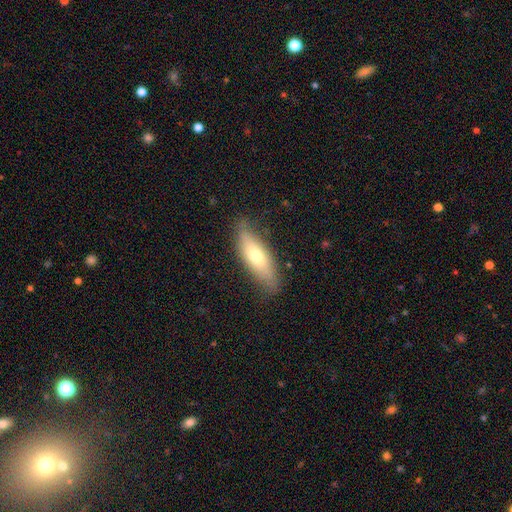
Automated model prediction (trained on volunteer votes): smooth_or_featured: smooth (p=0.62) [alt: featured or disk p=0.32]
how_rounded: in between (p=0.56) [alt: cigar-shaped p=0.42]
merging: none (p=0.76) [alt: minor disturbance p=0.18]